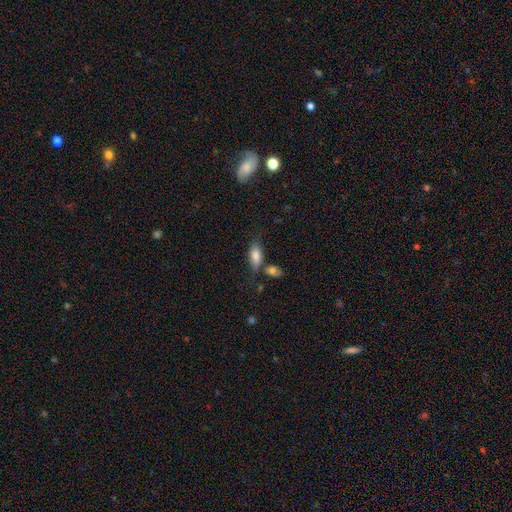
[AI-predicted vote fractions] Smooth or featured? Predicted: smooth (p=0.79). How rounded? Predicted: in between (p=0.83). Merging? Predicted: none (p=0.58).